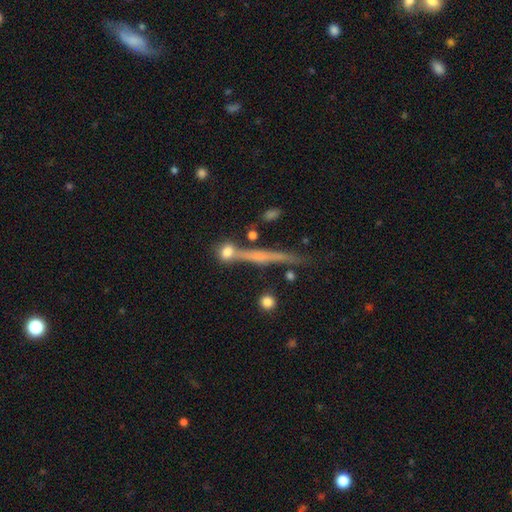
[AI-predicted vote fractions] Smooth or featured? Predicted: featured or disk (p=0.51). Edge-on disk? Predicted: yes (p=0.90). Merging? Predicted: none (p=0.72).